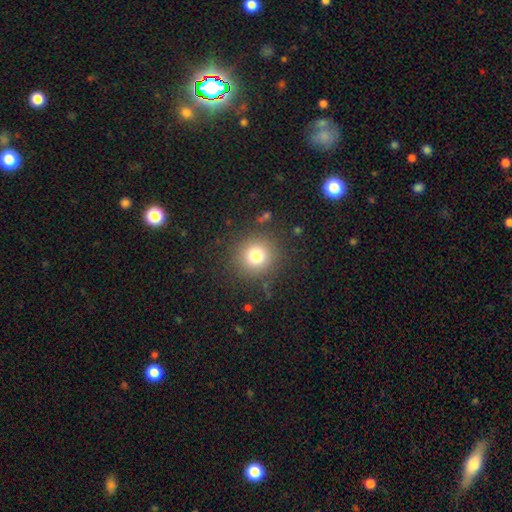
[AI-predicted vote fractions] Q: Smooth or featured?
A: smooth (78%); runner-up: star or artifact (14%)
Q: How rounded?
A: round (93%); runner-up: in between (6%)
Q: Merging?
A: none (87%); runner-up: minor disturbance (7%)